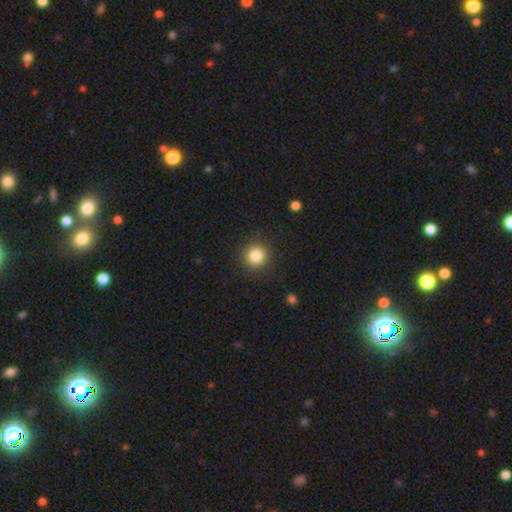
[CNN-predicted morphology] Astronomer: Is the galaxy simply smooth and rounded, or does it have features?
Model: smooth — 84%.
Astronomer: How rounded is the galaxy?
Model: round — 94%.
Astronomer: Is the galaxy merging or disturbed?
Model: none — 89%.